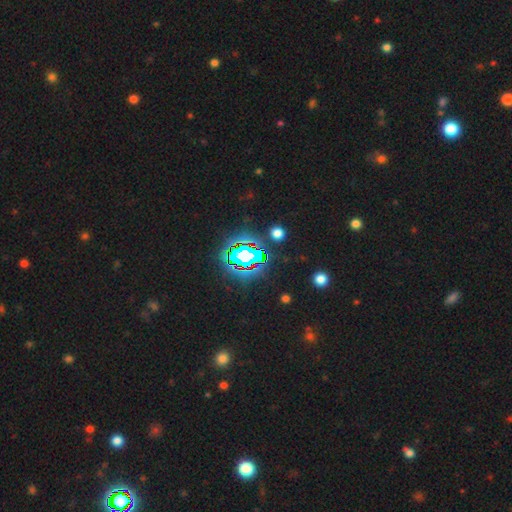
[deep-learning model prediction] The model was most divided on "smooth or featured": star or artifact: 81%, smooth: 12%, featured or disk: 7%.